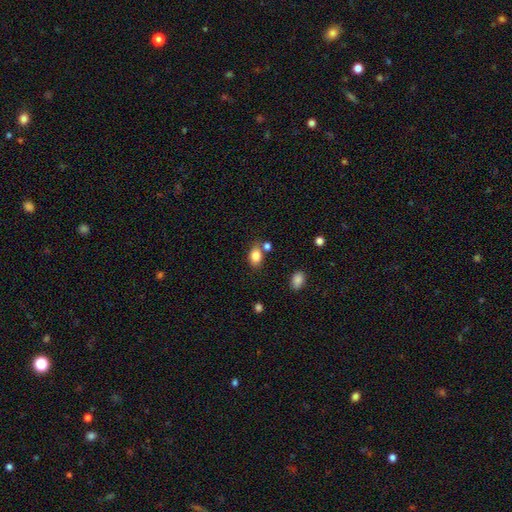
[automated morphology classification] This is clearly a smooth galaxy (83%). How rounded: likely in between (78%). Merging: likely none (66%).